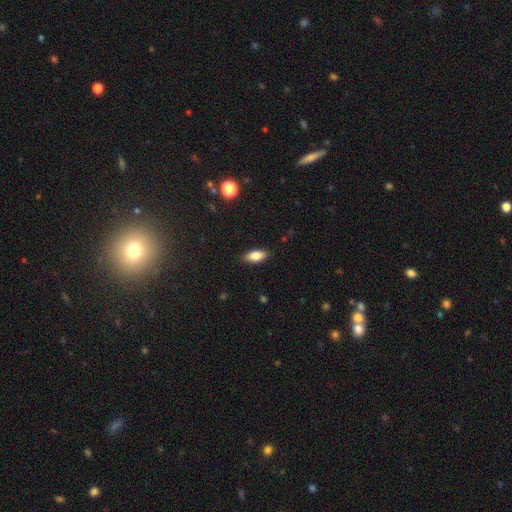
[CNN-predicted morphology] Smooth or featured?
  - smooth: 81% *
  - featured or disk: 12%
  - star or artifact: 8%
How rounded?
  - in between: 85% *
  - cigar-shaped: 12%
  - round: 3%
Merging?
  - none: 87% *
  - minor disturbance: 10%
  - major disturbance: 2%
  - merger: 1%